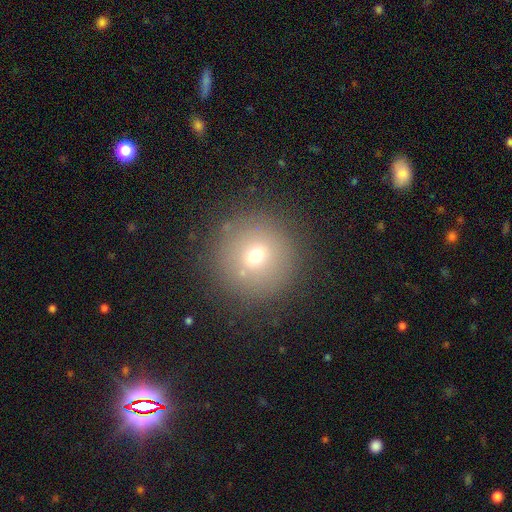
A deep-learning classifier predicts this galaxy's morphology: type=smooth (66%); roundness=round (96%); merging=none (86%).